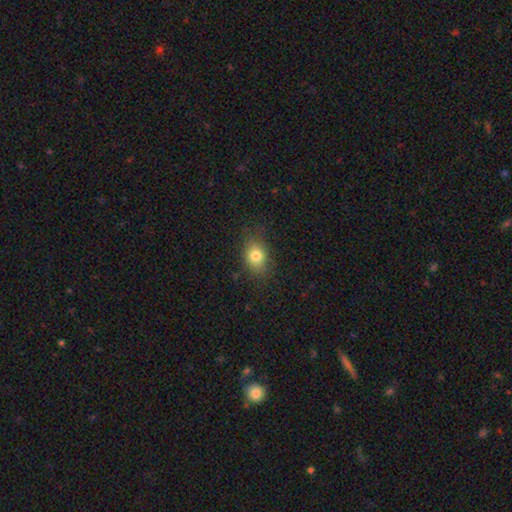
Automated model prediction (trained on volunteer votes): Smooth or featured?
  - smooth: 80% *
  - star or artifact: 11%
  - featured or disk: 9%
How rounded?
  - in between: 57% *
  - round: 42%
  - cigar-shaped: 1%
Merging?
  - none: 77% *
  - minor disturbance: 16%
  - major disturbance: 5%
  - merger: 1%